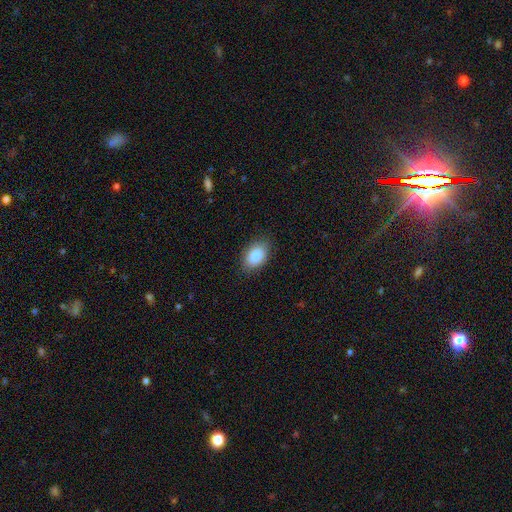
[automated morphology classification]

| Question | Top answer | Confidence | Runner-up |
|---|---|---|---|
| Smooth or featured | smooth | 88% | star or artifact (7%) |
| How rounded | in between | 89% | round (10%) |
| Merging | none | 85% | minor disturbance (12%) |